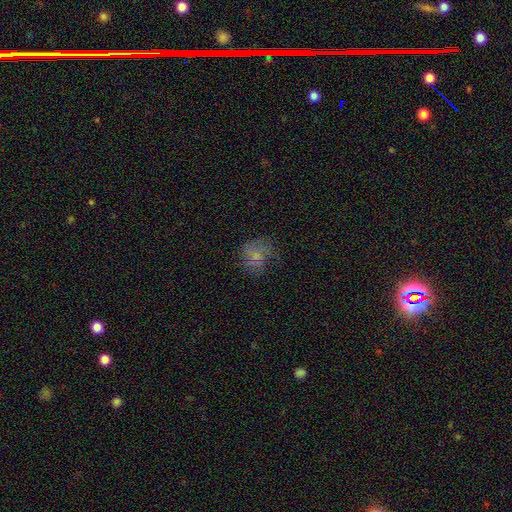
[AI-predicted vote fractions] Smooth or featured? smooth (53%)
How rounded? round (70%)
Merging? none (61%)